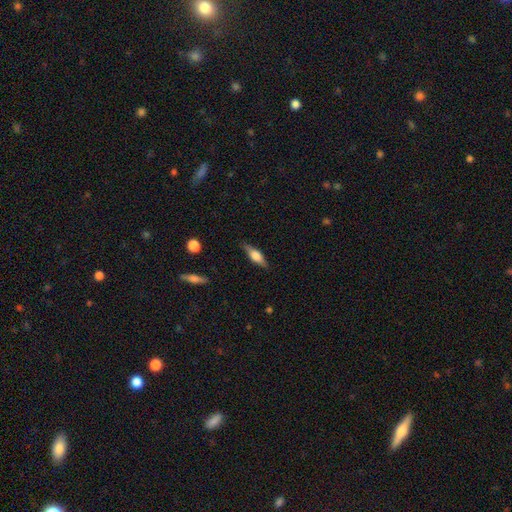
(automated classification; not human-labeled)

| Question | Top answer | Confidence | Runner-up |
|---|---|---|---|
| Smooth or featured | smooth | 49% | featured or disk (44%) |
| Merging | none | 82% | minor disturbance (13%) |